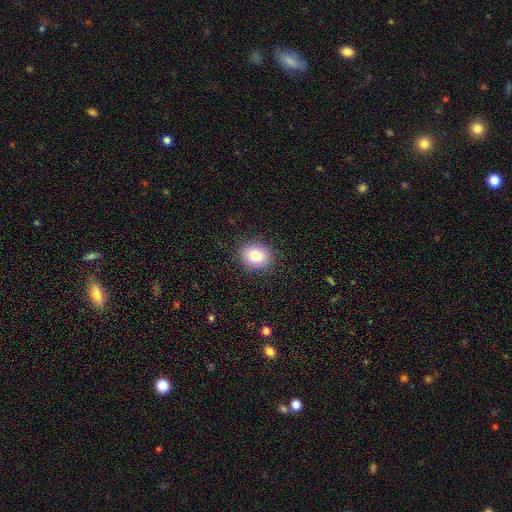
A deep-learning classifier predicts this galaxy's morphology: This is likely a smooth galaxy (80%). How rounded: likely round (72%). Merging: clearly none (89%).